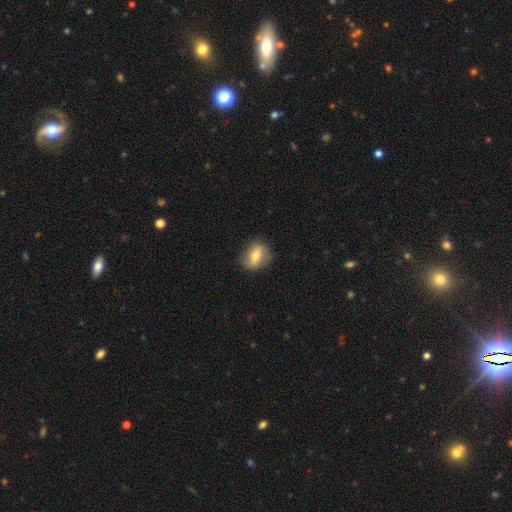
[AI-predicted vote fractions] Smooth or featured? Predicted: smooth (p=0.61). How rounded? Predicted: in between (p=0.53). Merging? Predicted: none (p=0.82).